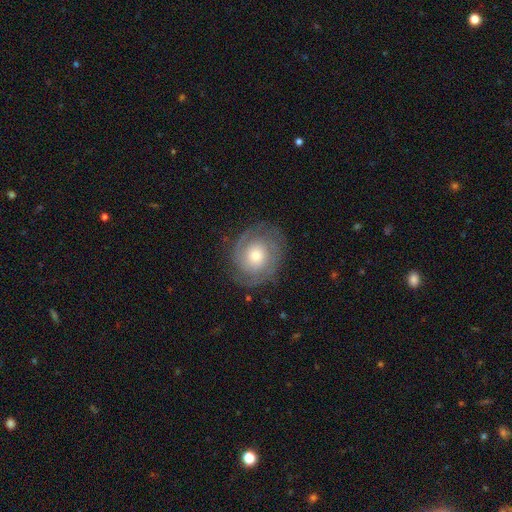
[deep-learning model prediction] A featured or disk galaxy (72%) with no bar (80%), 2 (46%) tight (65%) spiral arms (90%) and a moderate central bulge (55%). Merging: none (79%).